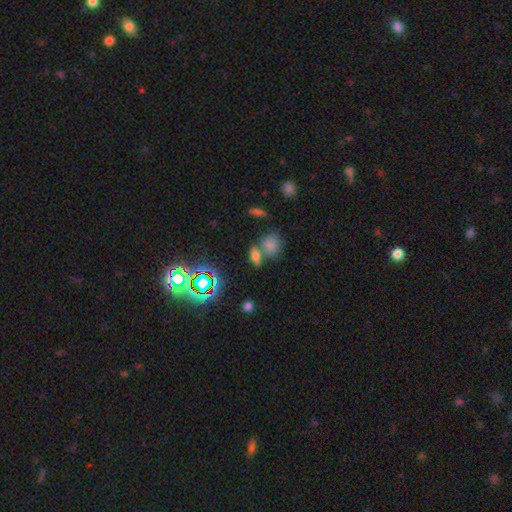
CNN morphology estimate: Overall: smooth (65%). How rounded: in between (67%). Merging: none (47%; merger 38%).